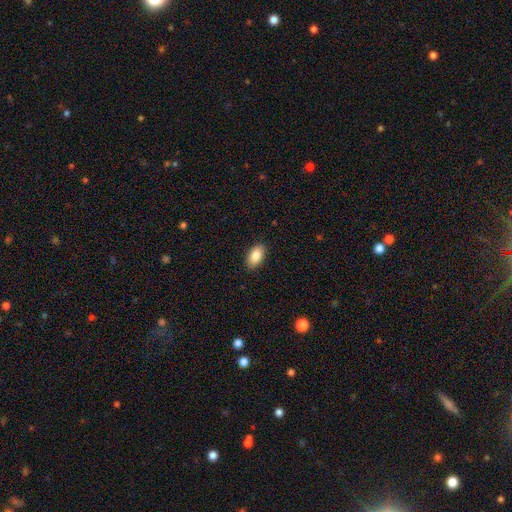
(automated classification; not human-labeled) The model was most divided on "smooth or featured": smooth: 86%, featured or disk: 7%, star or artifact: 7%. More confident: how rounded — in between (93%); merging — none (88%).